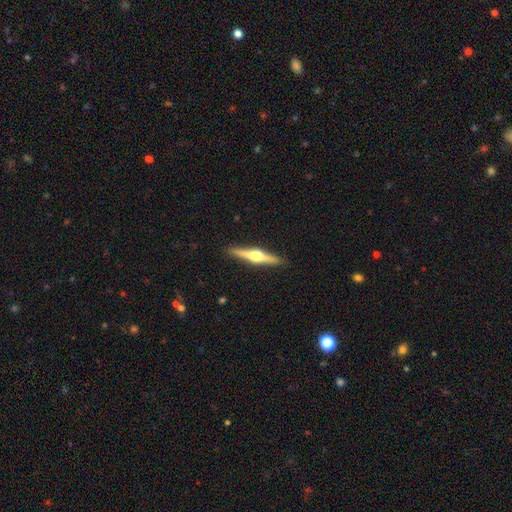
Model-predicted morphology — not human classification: This is likely a featured or disk galaxy (77%). It is clearly viewed edge-on (98%). Edge-on bulge: clearly rounded (95%). Merging: clearly none (92%).